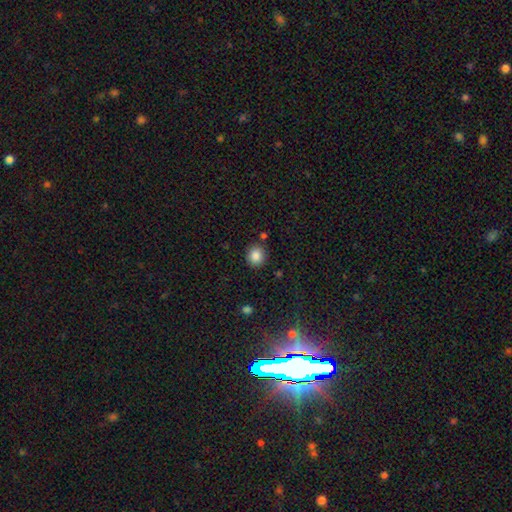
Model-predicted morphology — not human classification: Smooth or featured: smooth — 86% (star or artifact — 9%)
How rounded: round — 86% (in between — 14%)
Merging: none — 86% (minor disturbance — 8%)